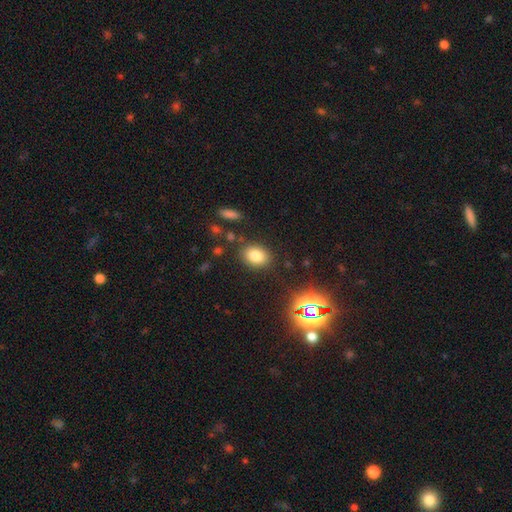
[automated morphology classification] smooth-or-featured: smooth: 79% | star or artifact: 13% | featured or disk: 8%
  how-rounded: in between: 67% | round: 32% | cigar-shaped: 1%
  merging: none: 84% | minor disturbance: 10% | major disturbance: 3% | merger: 3%